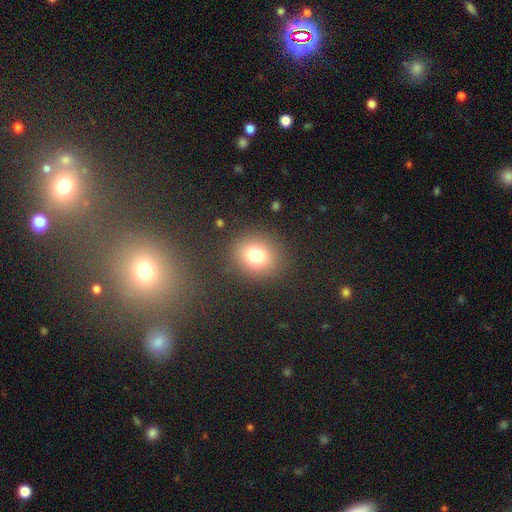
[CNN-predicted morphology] smooth 76%, star or artifact 15%, featured or disk 9%. Down the decision tree: how rounded — round (72%); merging — none (86%).